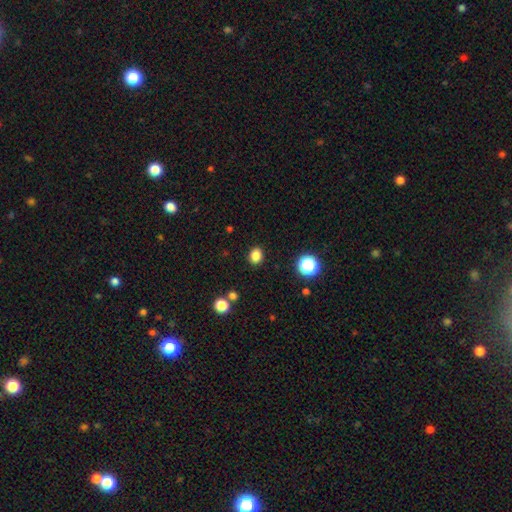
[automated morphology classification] smooth-or-featured: smooth: 83% | star or artifact: 12% | featured or disk: 4%
  how-rounded: round: 57% | in between: 42% | cigar-shaped: 1%
  merging: none: 89% | minor disturbance: 7% | major disturbance: 2% | merger: 1%